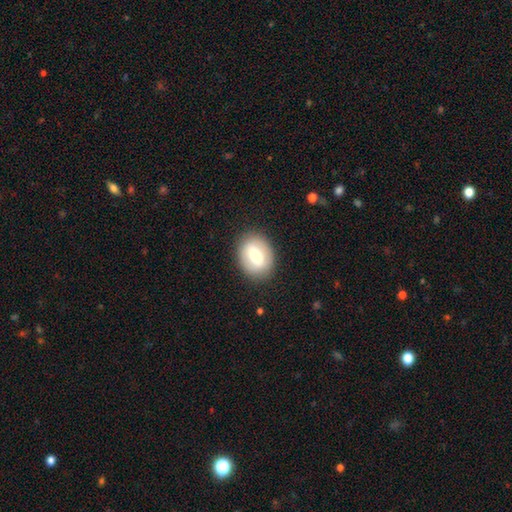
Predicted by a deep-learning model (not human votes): Smooth or featured?
  - smooth: 64% *
  - featured or disk: 29%
  - star or artifact: 7%
How rounded?
  - in between: 61% *
  - round: 37%
  - cigar-shaped: 1%
Merging?
  - none: 86% *
  - minor disturbance: 10%
  - major disturbance: 3%
  - merger: 1%